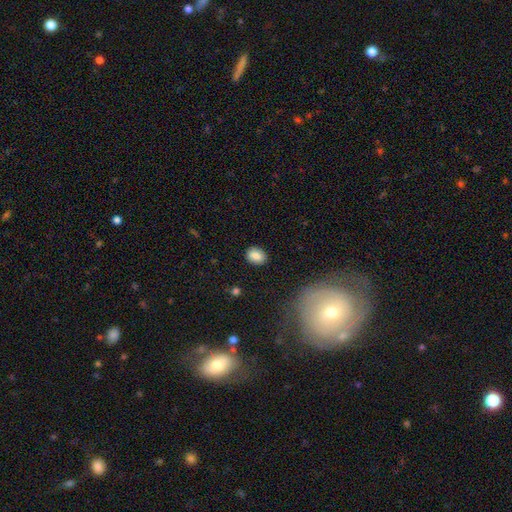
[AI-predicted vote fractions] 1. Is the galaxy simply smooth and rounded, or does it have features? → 84% smooth, 9% star or artifact, 7% featured or disk.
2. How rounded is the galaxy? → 68% in between, 31% round, 1% cigar-shaped.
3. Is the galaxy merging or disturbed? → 85% none, 11% minor disturbance, 3% major disturbance, 2% merger.